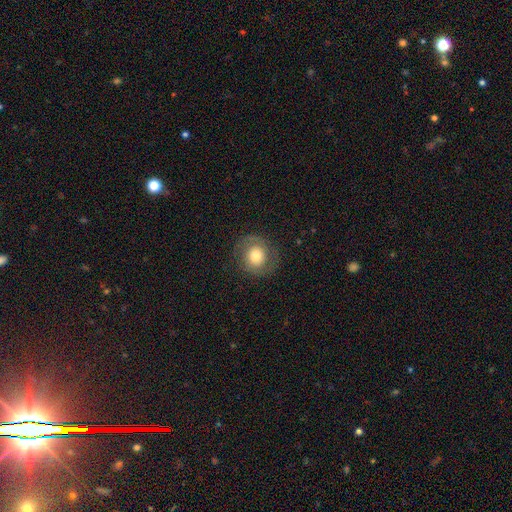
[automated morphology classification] Smooth or featured? Predicted: smooth (p=0.58). How rounded? Predicted: round (p=0.86). Merging? Predicted: none (p=0.80).